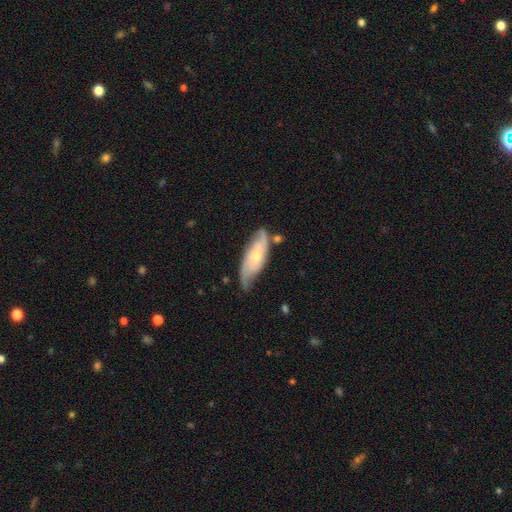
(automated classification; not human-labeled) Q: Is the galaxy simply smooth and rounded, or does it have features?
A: featured or disk — 66%.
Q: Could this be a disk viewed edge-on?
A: no — 84%.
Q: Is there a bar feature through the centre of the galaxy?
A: no — 62%.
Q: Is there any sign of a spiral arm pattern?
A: yes — 90%.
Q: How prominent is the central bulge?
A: moderate — 48%.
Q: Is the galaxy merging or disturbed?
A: none — 61%.